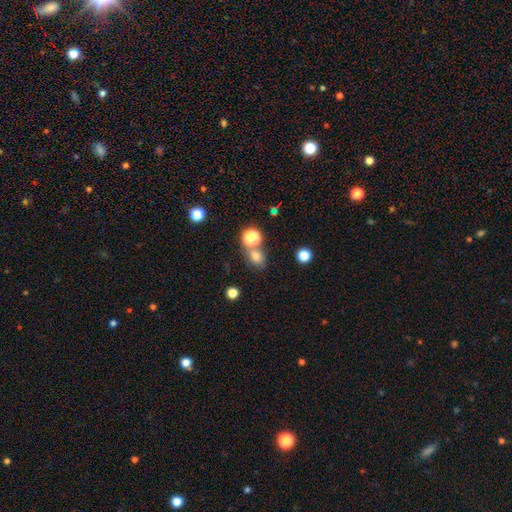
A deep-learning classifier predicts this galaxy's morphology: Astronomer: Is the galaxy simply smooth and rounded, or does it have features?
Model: smooth — 73%.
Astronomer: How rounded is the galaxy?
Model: round — 50% (runner-up: in between, 48%).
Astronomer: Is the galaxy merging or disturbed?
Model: none — 60%.